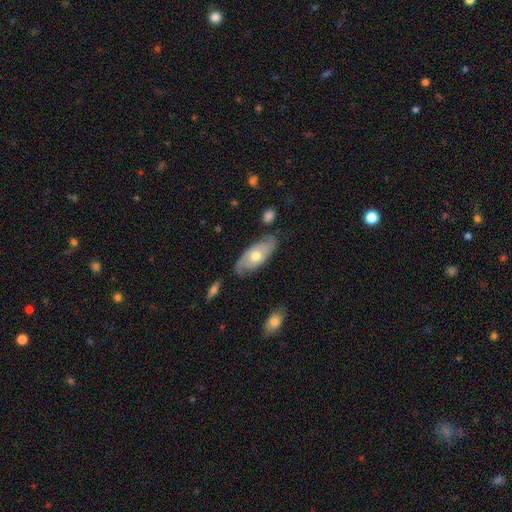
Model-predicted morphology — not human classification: This appears to be a featured or disk galaxy (53%). Merging: none (72%).